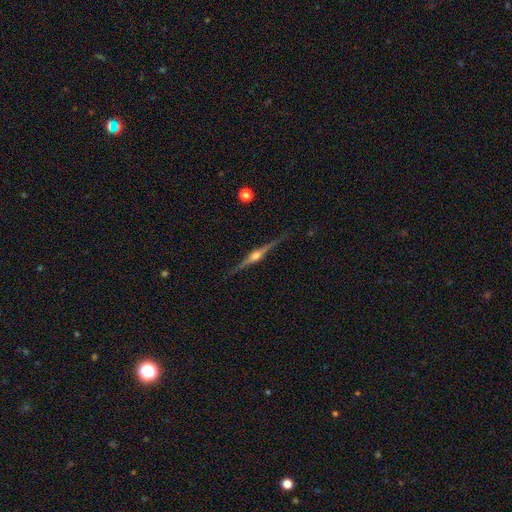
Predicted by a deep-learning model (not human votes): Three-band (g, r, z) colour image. It shows a featured or disk galaxy (87%) viewed edge-on (98%) with a rounded central bulge (93%). Merging: none (90%).